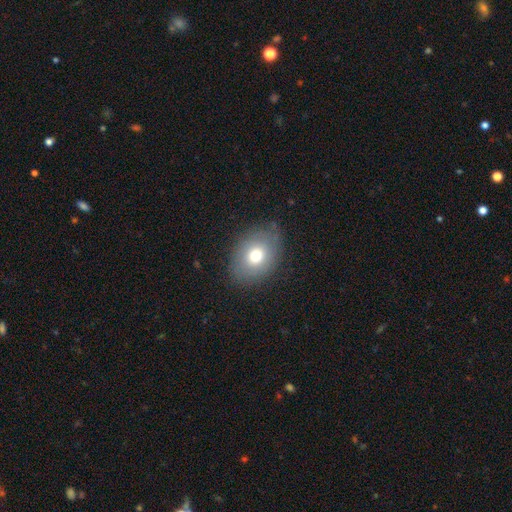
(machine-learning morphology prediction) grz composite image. It shows a smooth galaxy with no disk features (72%) that is in between round and cigar-shaped (68%). Merging: none (81%).